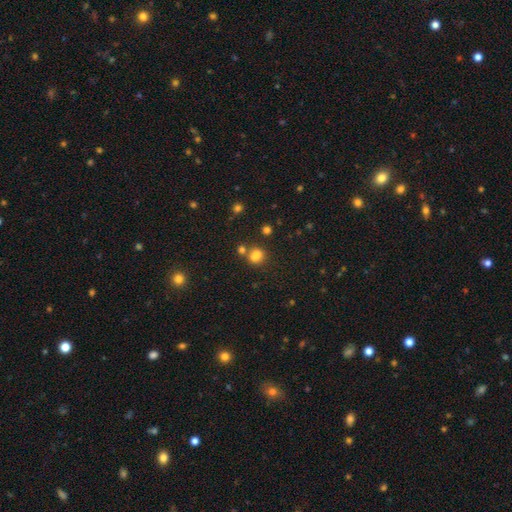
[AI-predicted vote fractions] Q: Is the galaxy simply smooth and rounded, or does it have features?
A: smooth — 75%.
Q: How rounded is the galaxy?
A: round — 64%.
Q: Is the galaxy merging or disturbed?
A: none — 49%.